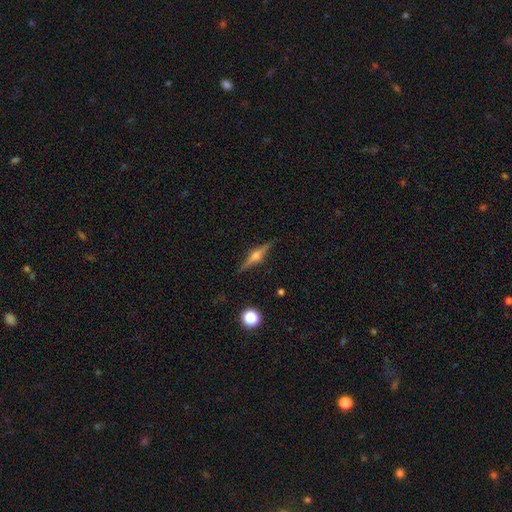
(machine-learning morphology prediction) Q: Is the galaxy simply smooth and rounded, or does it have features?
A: featured or disk — 78%.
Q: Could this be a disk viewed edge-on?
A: yes — 98%.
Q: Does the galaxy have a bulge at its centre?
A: rounded — 91%.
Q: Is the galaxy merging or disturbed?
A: none — 90%.